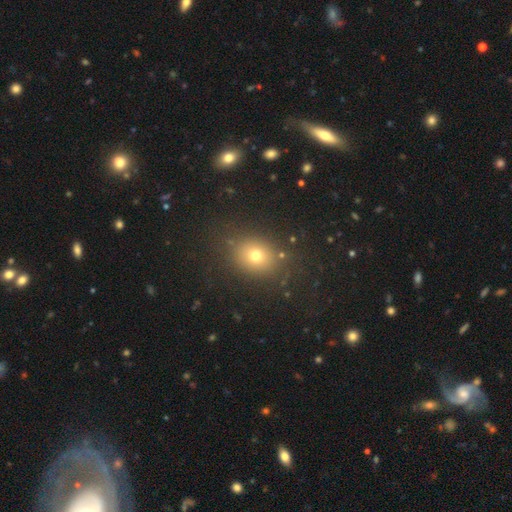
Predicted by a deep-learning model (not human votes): smooth-or-featured: smooth: 71% | star or artifact: 18% | featured or disk: 11%
  how-rounded: round: 60% | in between: 39% | cigar-shaped: 1%
  merging: none: 82% | minor disturbance: 11% | major disturbance: 5% | merger: 2%